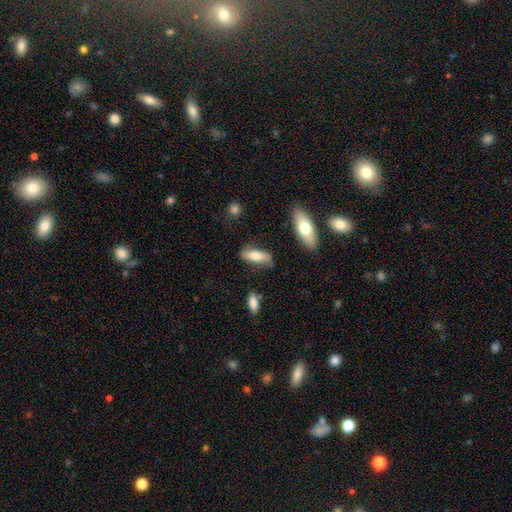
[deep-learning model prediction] smooth-or-featured: smooth: 72% | featured or disk: 22% | star or artifact: 6%
  how-rounded: in between: 66% | cigar-shaped: 32% | round: 2%
  merging: none: 74% | minor disturbance: 19% | major disturbance: 4% | merger: 3%